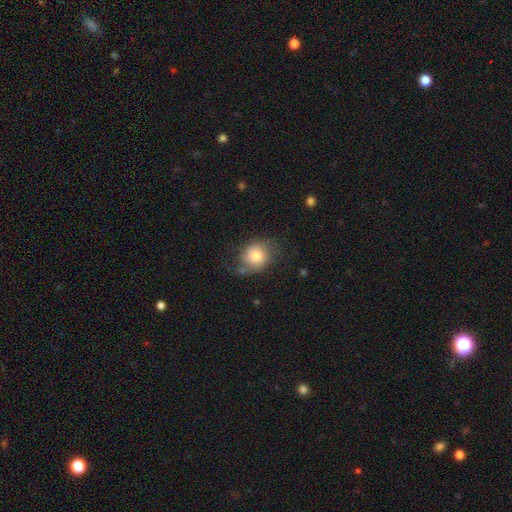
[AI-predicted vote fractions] Q: Smooth or featured?
A: smooth (71%); runner-up: featured or disk (21%)
Q: How rounded?
A: round (70%); runner-up: in between (29%)
Q: Merging?
A: none (57%); runner-up: minor disturbance (27%)